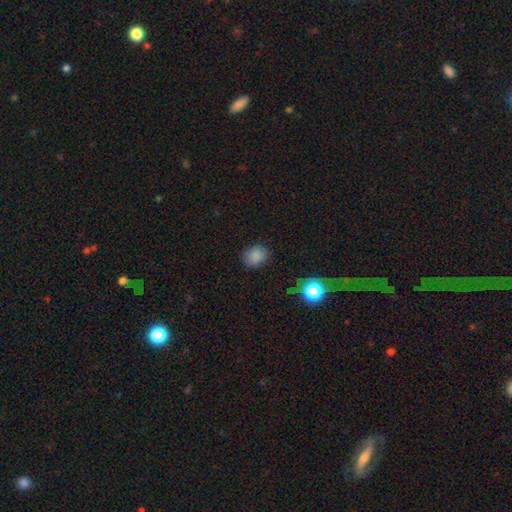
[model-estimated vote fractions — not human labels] smooth-or-featured: smooth: 83% | star or artifact: 13% | featured or disk: 5%
  how-rounded: round: 57% | in between: 42% | cigar-shaped: 1%
  merging: none: 82% | minor disturbance: 13% | major disturbance: 3% | merger: 1%